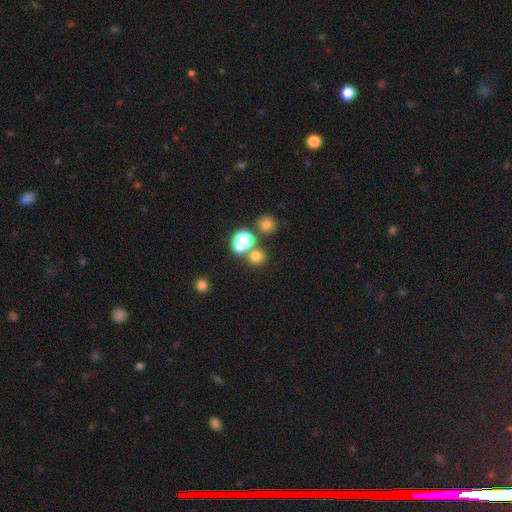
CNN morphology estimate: This is likely a smooth galaxy (68%). How rounded: clearly round (86%). Merging: likely none (68%).